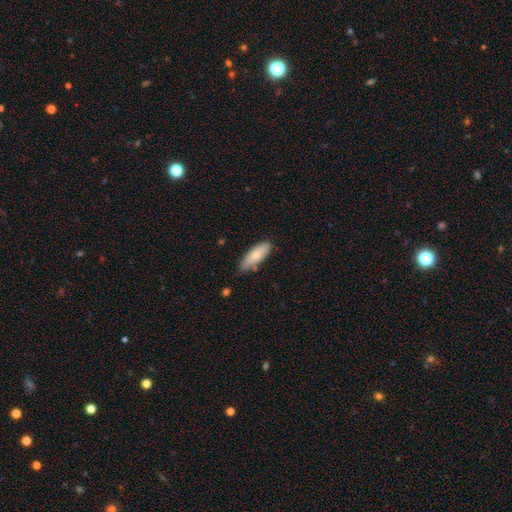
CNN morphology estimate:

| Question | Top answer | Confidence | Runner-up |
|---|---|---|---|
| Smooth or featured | smooth | 77% | featured or disk (17%) |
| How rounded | in between | 71% | cigar-shaped (28%) |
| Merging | none | 74% | minor disturbance (20%) |